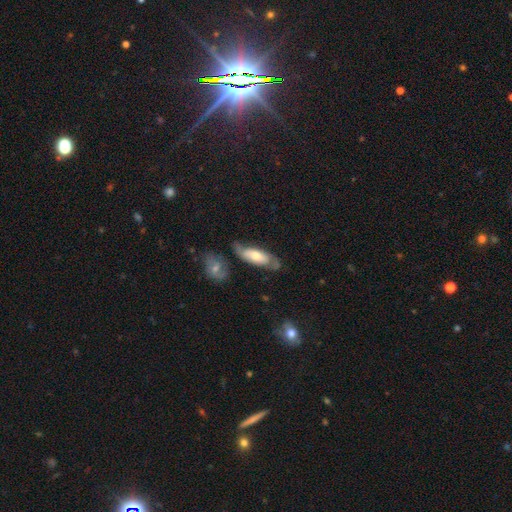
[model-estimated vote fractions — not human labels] smooth 47% (tied), featured or disk 47% (tied), star or artifact 6%. Down the decision tree: merging — none (60%).